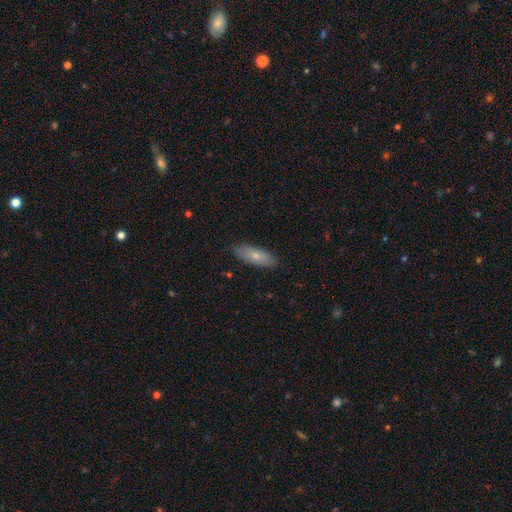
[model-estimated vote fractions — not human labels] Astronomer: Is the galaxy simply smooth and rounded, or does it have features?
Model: smooth — 72%.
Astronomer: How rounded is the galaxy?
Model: in between — 66%.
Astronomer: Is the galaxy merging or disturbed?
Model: none — 86%.